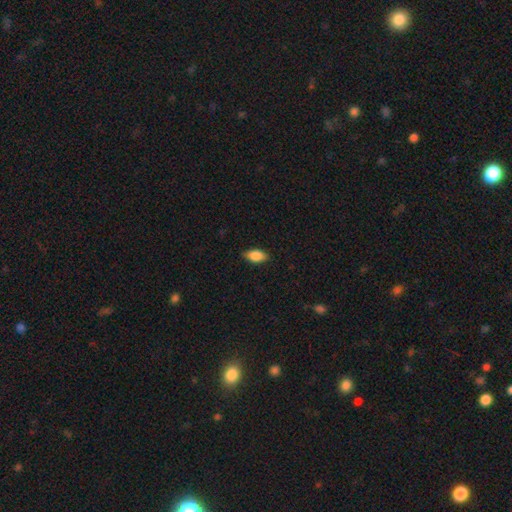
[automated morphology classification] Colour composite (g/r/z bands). It shows a smooth galaxy with no disk features (83%) that is in between round and cigar-shaped (89%). Merging: none (84%).